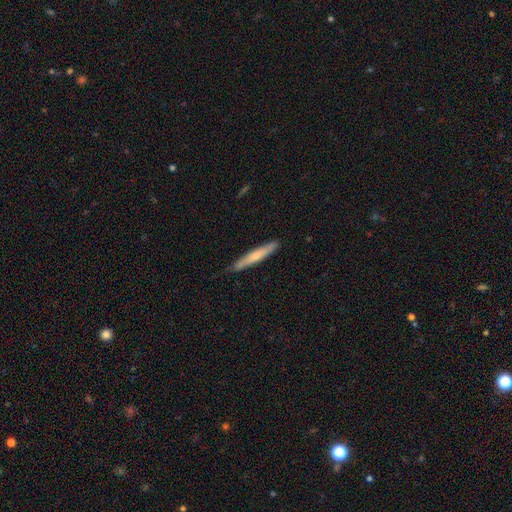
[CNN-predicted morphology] Smooth or featured? Predicted: smooth (p=0.59). How rounded? Predicted: cigar-shaped (p=0.94). Merging? Predicted: none (p=0.83).